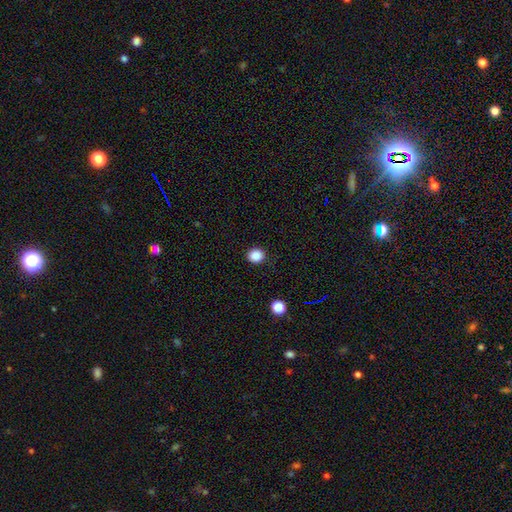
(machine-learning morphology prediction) smooth_or_featured: smooth (p=0.87) [alt: star or artifact p=0.10]
how_rounded: round (p=0.82) [alt: in between p=0.17]
merging: none (p=0.89) [alt: minor disturbance p=0.07]